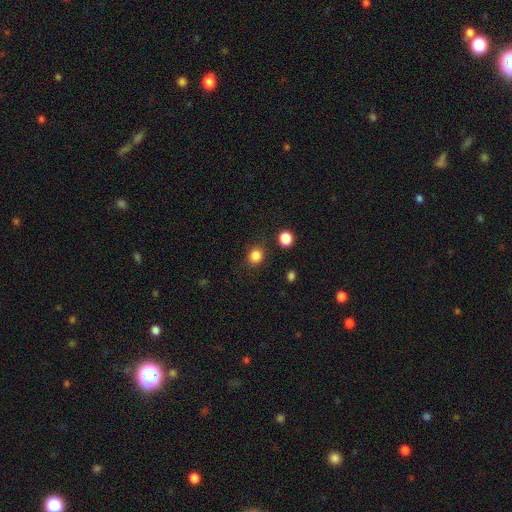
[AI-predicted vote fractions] smooth_or_featured: smooth (p=0.85) [alt: star or artifact p=0.12]
how_rounded: round (p=0.79) [alt: in between p=0.20]
merging: none (p=0.82) [alt: minor disturbance p=0.10]